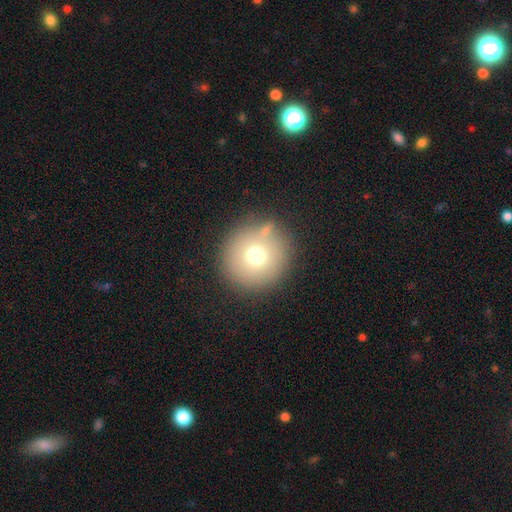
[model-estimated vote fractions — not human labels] Q: Smooth or featured?
A: smooth (70%); runner-up: star or artifact (16%)
Q: How rounded?
A: round (94%); runner-up: in between (5%)
Q: Merging?
A: none (80%); runner-up: minor disturbance (10%)